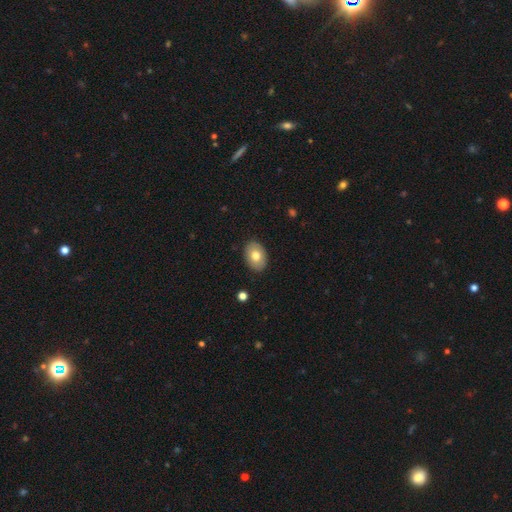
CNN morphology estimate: Smooth or featured?
  - smooth: 75% *
  - featured or disk: 18%
  - star or artifact: 7%
How rounded?
  - in between: 81% *
  - round: 18%
  - cigar-shaped: 1%
Merging?
  - none: 89% *
  - minor disturbance: 8%
  - major disturbance: 2%
  - merger: 1%